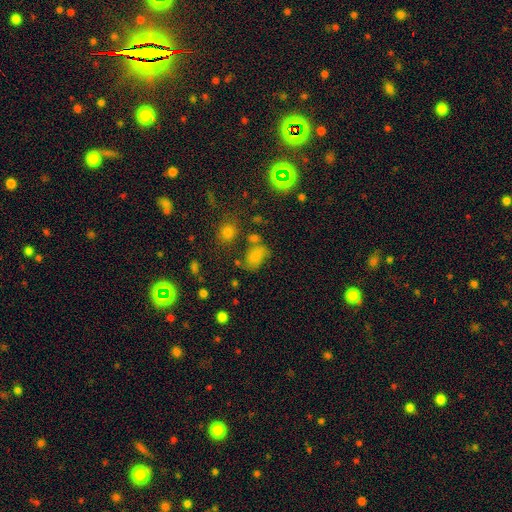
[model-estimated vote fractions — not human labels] This appears to be a smooth galaxy with no disk features (69%) that is in between round and cigar-shaped (80%). Merging: none (48%).